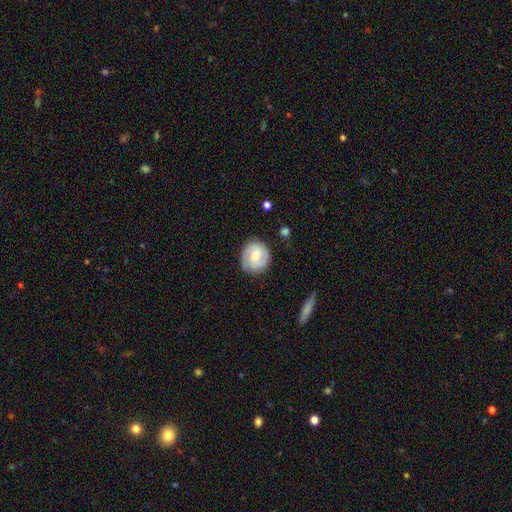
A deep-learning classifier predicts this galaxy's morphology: Smooth or featured: featured or disk — 53% (smooth — 41%)
Edge-on disk: no — 97% (yes — 3%)
Bar: no — 50% (weak — 41%)
Spiral arms: yes — 82% (no — 18%)
Bulge size: moderate — 60% (small — 33%)
Merging: none — 77% (minor disturbance — 16%)